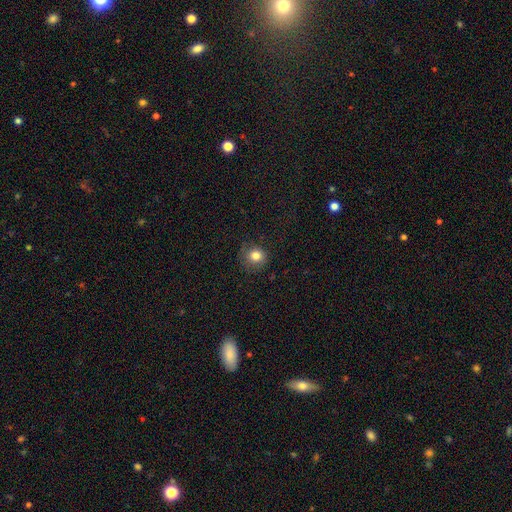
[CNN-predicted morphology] smooth 81%, star or artifact 12%, featured or disk 7%. Down the decision tree: how rounded — round (89%); merging — none (79%).